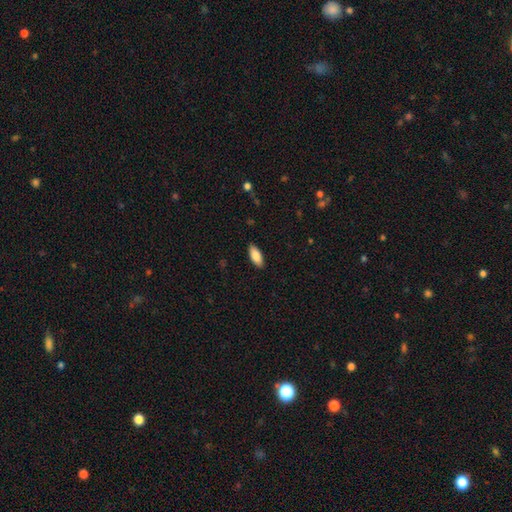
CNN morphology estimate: Smooth or featured: smooth — 85% (featured or disk — 9%)
How rounded: in between — 81% (cigar-shaped — 17%)
Merging: none — 89% (minor disturbance — 8%)